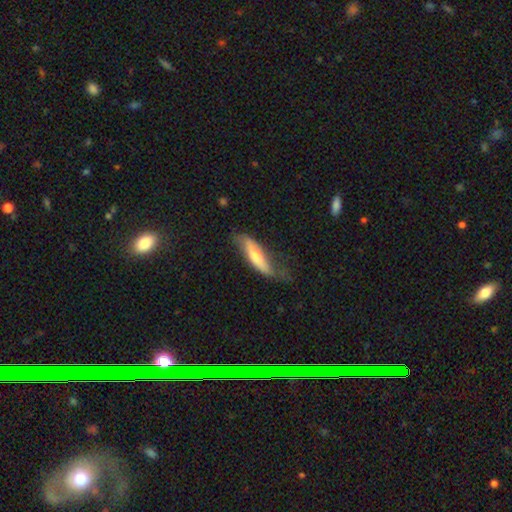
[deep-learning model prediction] Smooth or featured?
  - featured or disk: 49% *
  - smooth: 45%
  - star or artifact: 6%
Merging?
  - none: 51% *
  - minor disturbance: 32%
  - major disturbance: 15%
  - merger: 2%